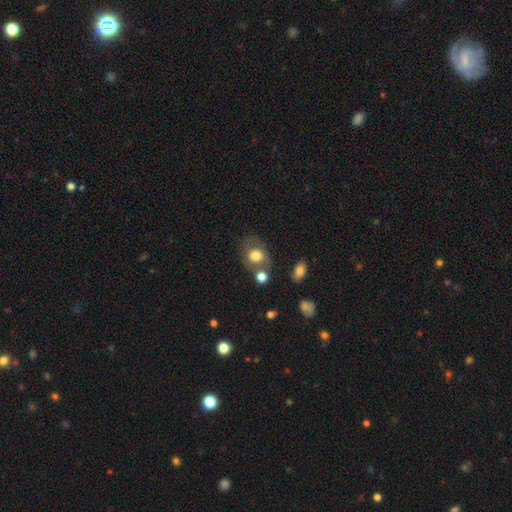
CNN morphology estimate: Smooth or featured?
  - smooth: 72% *
  - featured or disk: 20%
  - star or artifact: 9%
How rounded?
  - round: 50% *
  - in between: 49%
  - cigar-shaped: 1%
Merging?
  - none: 57% *
  - minor disturbance: 18%
  - merger: 17%
  - major disturbance: 8%